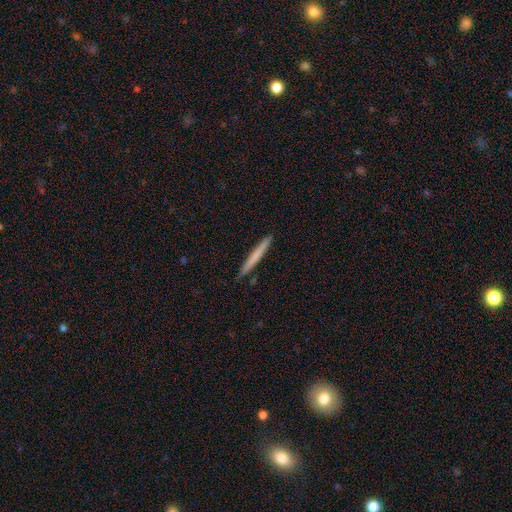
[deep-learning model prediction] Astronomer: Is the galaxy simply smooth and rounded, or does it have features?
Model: smooth — 67%.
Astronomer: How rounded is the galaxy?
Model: cigar-shaped — 97%.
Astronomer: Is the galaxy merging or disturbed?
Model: none — 91%.